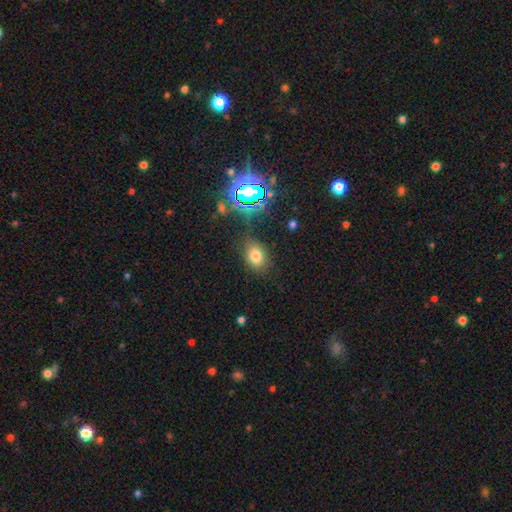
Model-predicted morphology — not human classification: This is likely a smooth galaxy (72%). How rounded: likely in between (67%). Merging: likely none (79%).